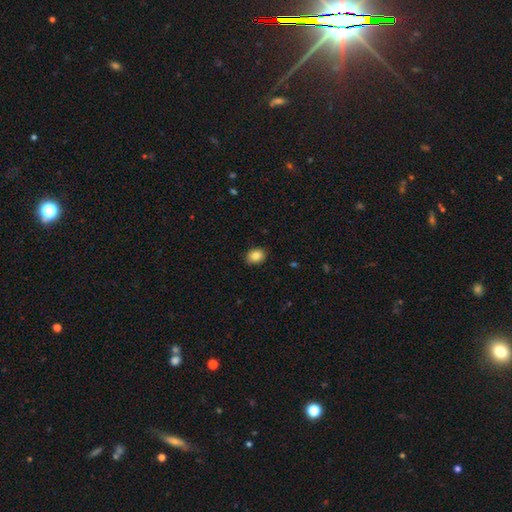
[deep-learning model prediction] smooth-or-featured: smooth: 85% | star or artifact: 9% | featured or disk: 6%
  how-rounded: in between: 58% | round: 41% | cigar-shaped: 1%
  merging: none: 87% | minor disturbance: 10% | major disturbance: 2% | merger: 1%